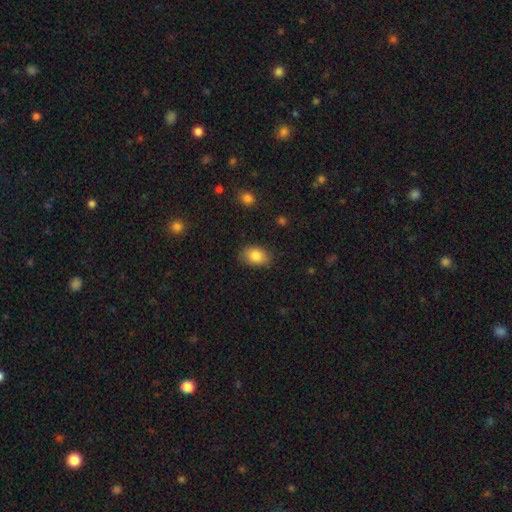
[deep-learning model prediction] Overall: smooth (84%). How rounded: in between (83%). Merging: none (83%).